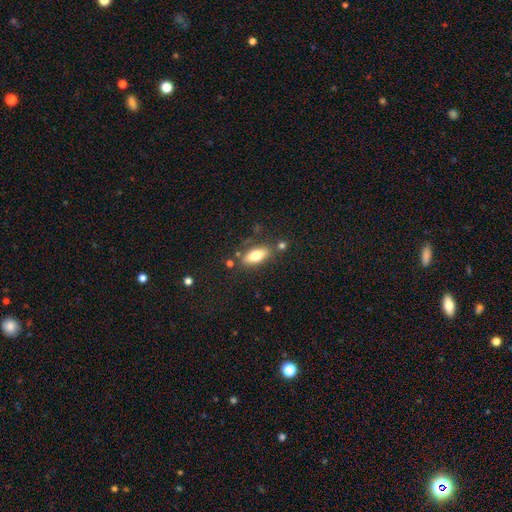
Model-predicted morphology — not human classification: type=smooth (73%); roundness=in between (82%); merging=none (76%).